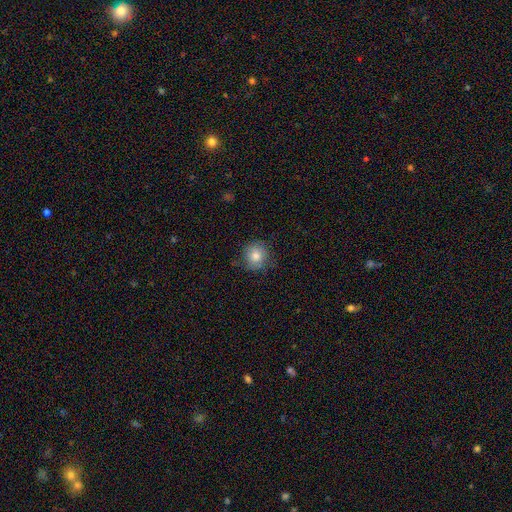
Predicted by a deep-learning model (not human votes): Smooth or featured?
  - smooth: 80% *
  - featured or disk: 10%
  - star or artifact: 10%
How rounded?
  - round: 89% *
  - in between: 10%
  - cigar-shaped: 1%
Merging?
  - none: 77% *
  - minor disturbance: 18%
  - major disturbance: 5%
  - merger: 1%